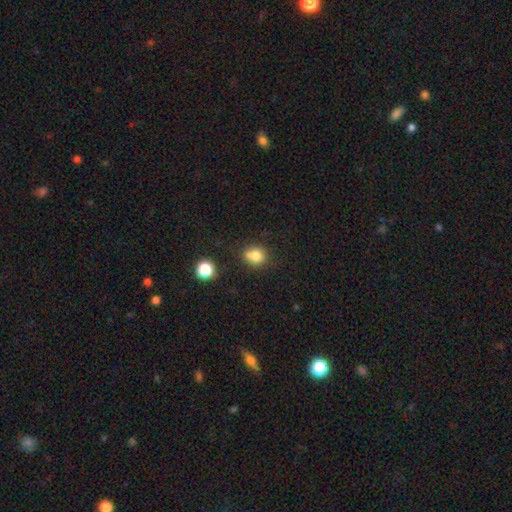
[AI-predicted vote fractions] Smooth or featured? smooth (78%)
How rounded? round (76%)
Merging? none (56%)